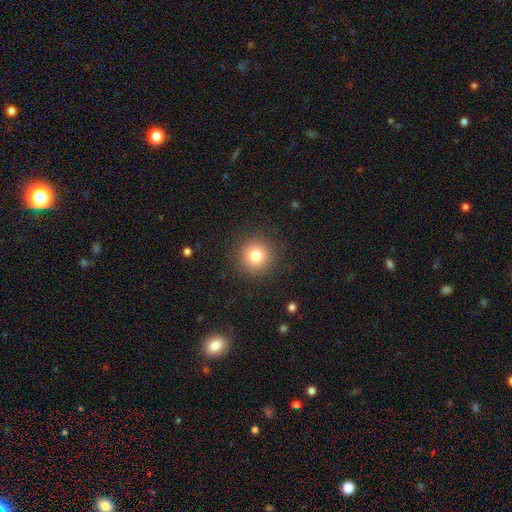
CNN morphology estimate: type=smooth (79%); roundness=round (95%); merging=none (91%).